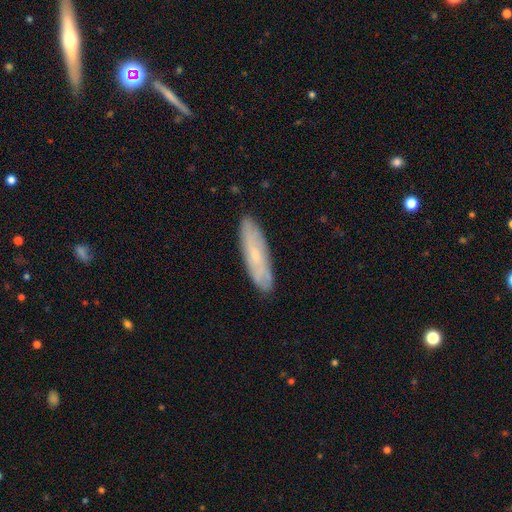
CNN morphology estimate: Q: Smooth or featured?
A: featured or disk (48%); runner-up: smooth (43%)
Q: Merging?
A: none (87%); runner-up: minor disturbance (10%)